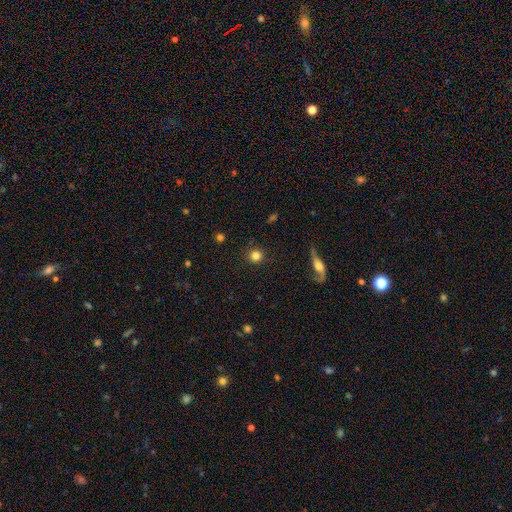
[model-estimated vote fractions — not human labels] Smooth or featured: smooth — 81% (star or artifact — 11%)
How rounded: round — 94% (in between — 4%)
Merging: none — 90% (minor disturbance — 6%)